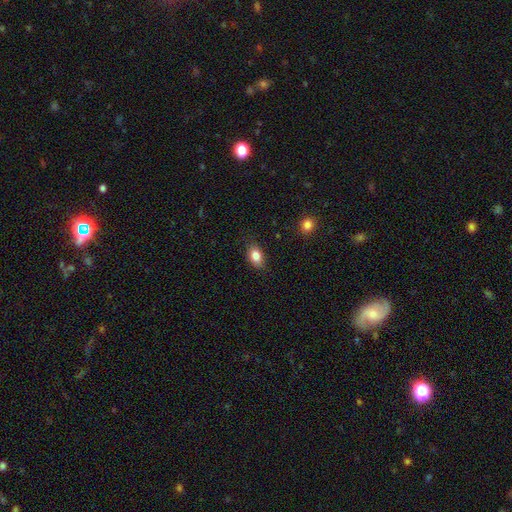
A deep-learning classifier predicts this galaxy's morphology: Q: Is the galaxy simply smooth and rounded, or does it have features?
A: smooth — 84%.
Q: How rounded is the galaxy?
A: in between — 83%.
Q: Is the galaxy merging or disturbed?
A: none — 82%.